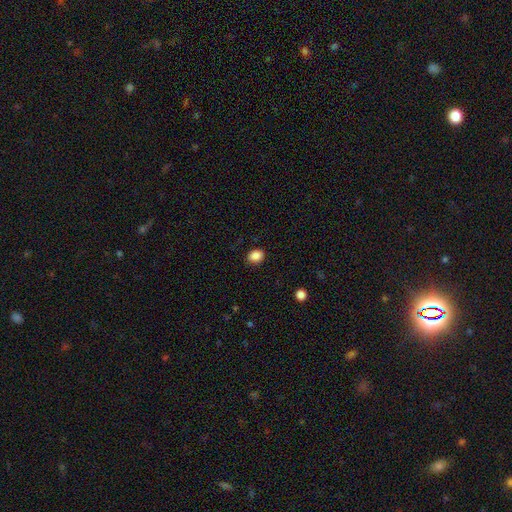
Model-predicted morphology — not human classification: A smooth galaxy with no disk features (87%) that is in between round and cigar-shaped (52%). Merging: none (86%).